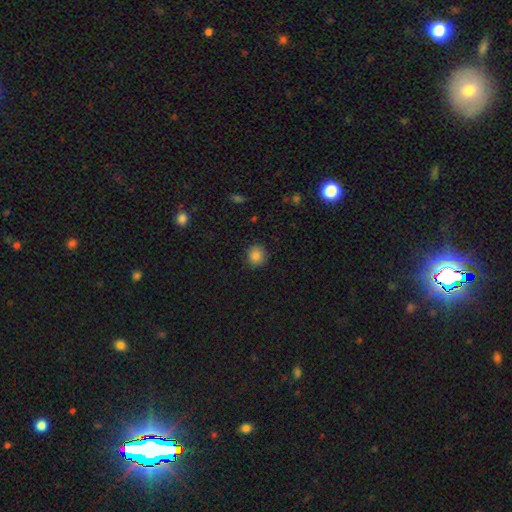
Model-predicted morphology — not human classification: Smooth or featured: smooth — 85% (star or artifact — 11%)
How rounded: round — 87% (in between — 12%)
Merging: none — 88% (minor disturbance — 8%)